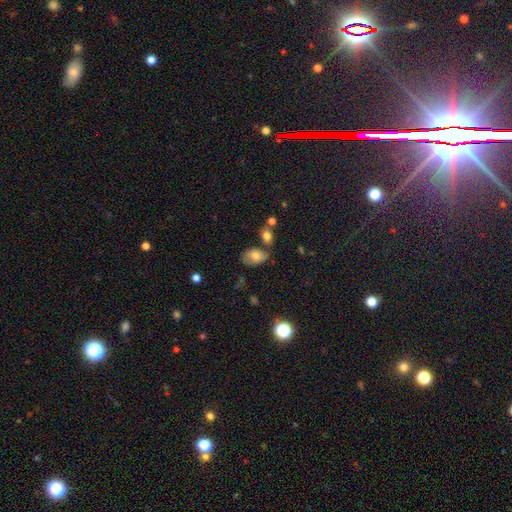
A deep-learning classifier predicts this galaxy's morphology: A smooth galaxy with no disk features (74%) that is in between round and cigar-shaped (89%).

Vote fractions:
- Smooth or featured? smooth: 74% / featured or disk: 16% / star or artifact: 9%
- How rounded? in between: 89% / round: 10% / cigar-shaped: 1%
- Merging? none: 58% / minor disturbance: 22% / merger: 13% / major disturbance: 7%